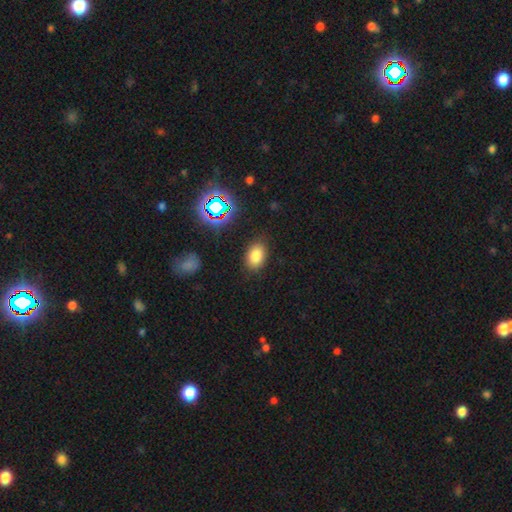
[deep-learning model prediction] The model was most divided on "smooth or featured": smooth: 78%, star or artifact: 14%, featured or disk: 8%. More confident: how rounded — in between (85%); merging — none (84%).